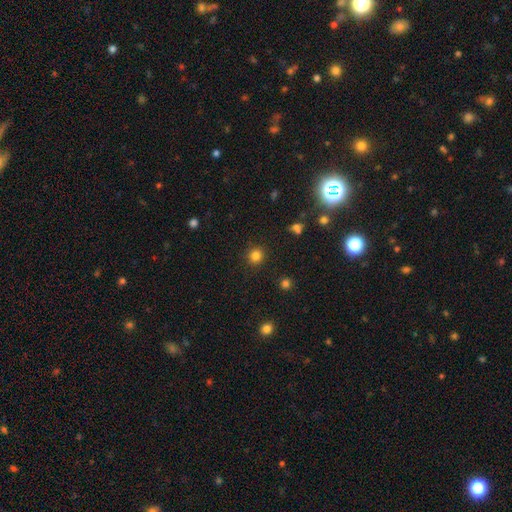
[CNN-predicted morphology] Smooth or featured? smooth (82%)
How rounded? round (90%)
Merging? none (90%)